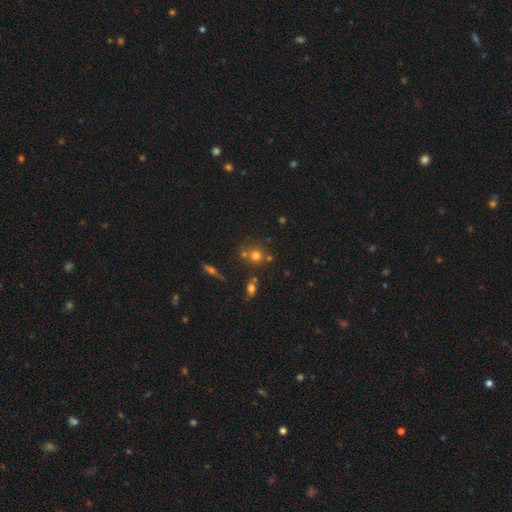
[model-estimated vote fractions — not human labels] smooth-or-featured: smooth: 65% | star or artifact: 21% | featured or disk: 14%
  how-rounded: round: 88% | in between: 10% | cigar-shaped: 1%
  merging: none: 62% | merger: 24% | minor disturbance: 10% | major disturbance: 4%